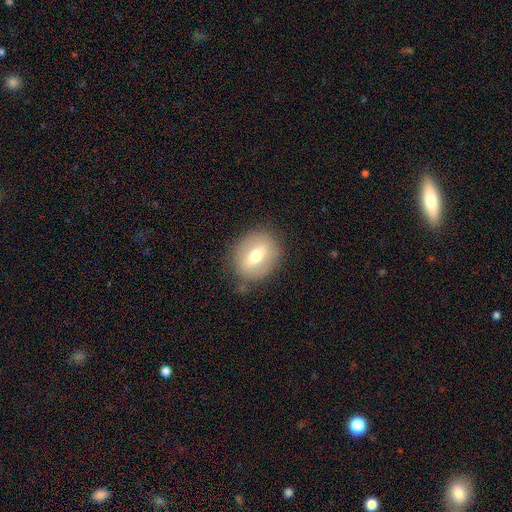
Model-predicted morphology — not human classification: Smooth or featured?
  - smooth: 52% *
  - featured or disk: 40%
  - star or artifact: 8%
How rounded?
  - in between: 49% * (tied)
  - round: 49% * (tied)
  - cigar-shaped: 2%
Merging?
  - none: 82% *
  - minor disturbance: 12%
  - major disturbance: 4%
  - merger: 2%